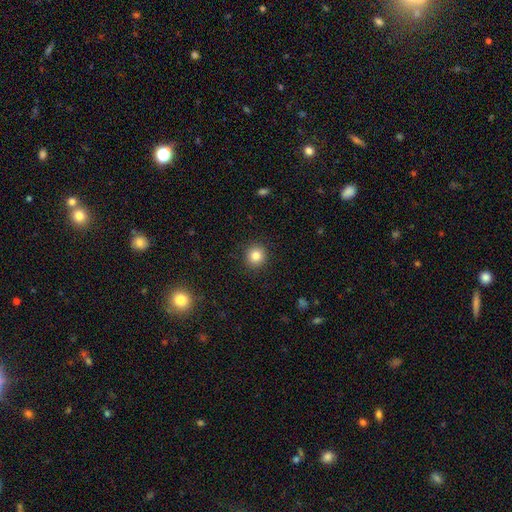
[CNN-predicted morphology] smooth_or_featured: smooth (p=0.83) [alt: star or artifact p=0.11]
how_rounded: round (p=0.91) [alt: in between p=0.08]
merging: none (p=0.91) [alt: minor disturbance p=0.06]